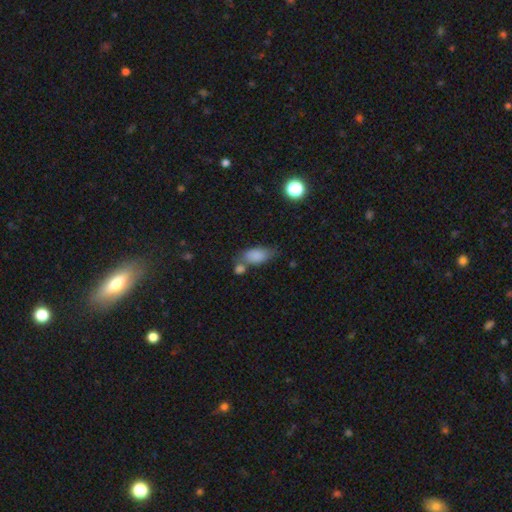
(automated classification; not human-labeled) A smooth galaxy with no disk features (84%) that is in between round and cigar-shaped (88%). Merging: none (44%).